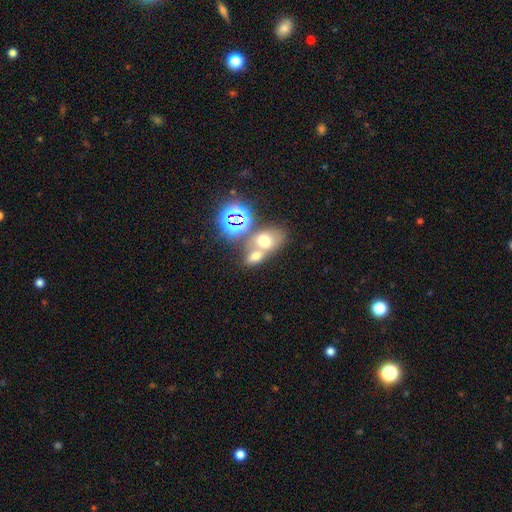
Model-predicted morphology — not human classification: Smooth or featured? smooth (60%)
How rounded? in between (71%)
Merging? merger (55%)